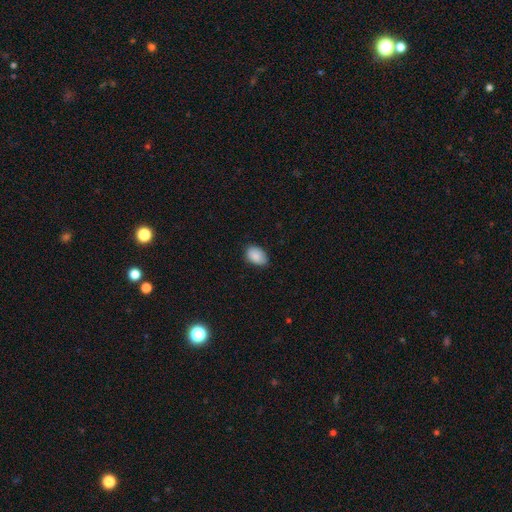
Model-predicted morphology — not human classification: Smooth or featured? Predicted: smooth (p=0.87). How rounded? Predicted: in between (p=0.86). Merging? Predicted: none (p=0.74).